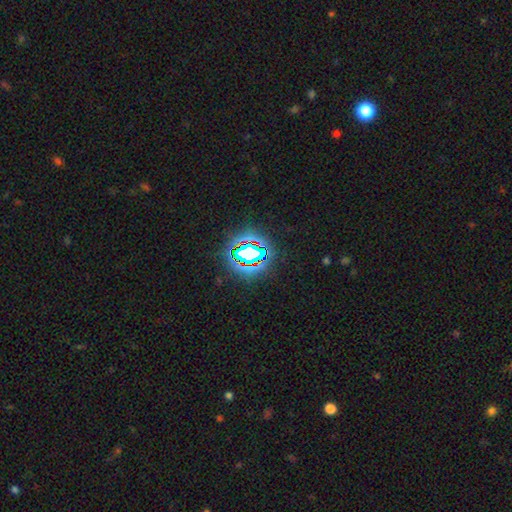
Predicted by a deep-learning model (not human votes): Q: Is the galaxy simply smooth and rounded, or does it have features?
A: star or artifact — 79%.